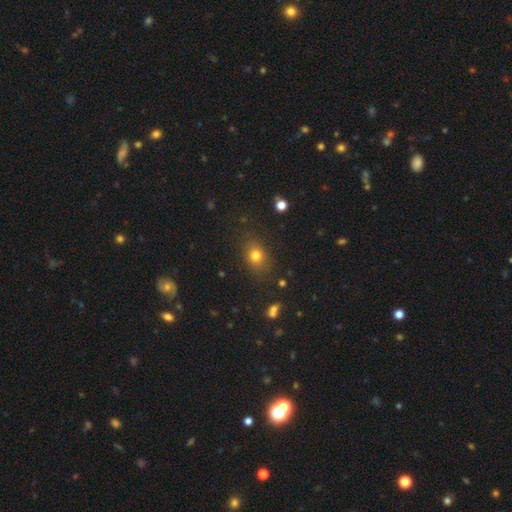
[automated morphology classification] This is likely a smooth galaxy (76%). How rounded: possibly in between (51%). Merging: likely none (79%).